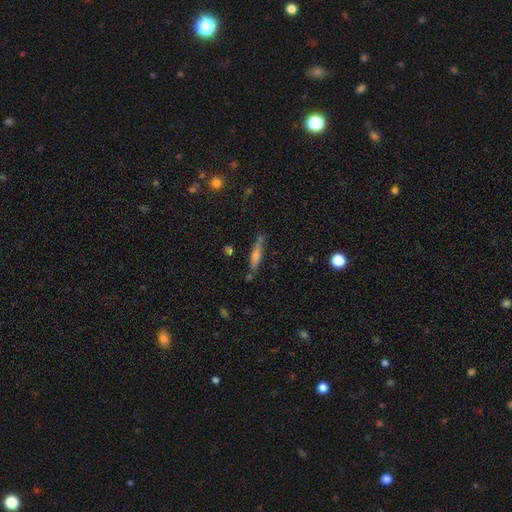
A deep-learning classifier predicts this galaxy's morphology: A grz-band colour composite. It shows a featured or disk galaxy (54%) viewed edge-on (91%). Merging: none (79%).